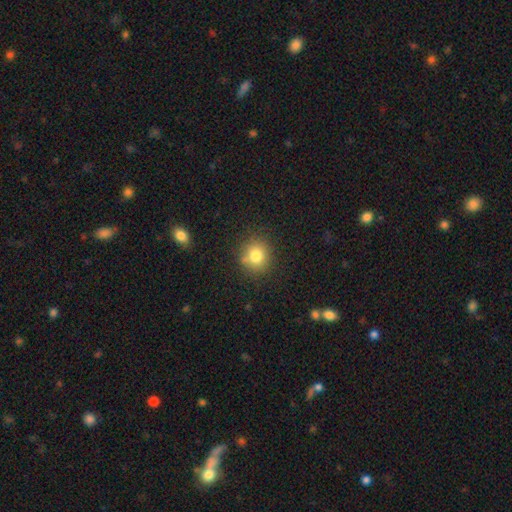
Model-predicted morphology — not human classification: type=smooth (79%); roundness=round (83%); merging=none (79%).